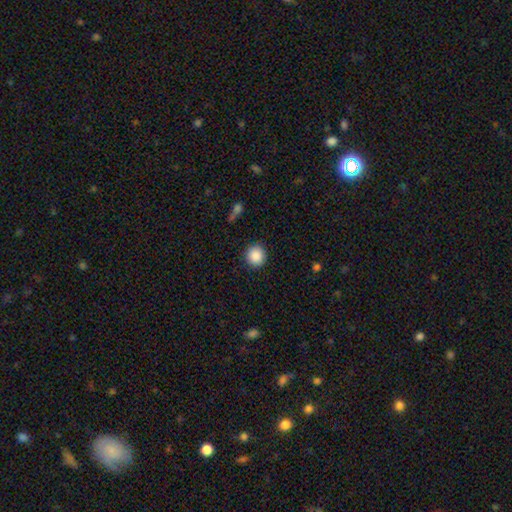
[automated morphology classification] The model was most divided on "smooth or featured": smooth: 88%, star or artifact: 8%, featured or disk: 3%. More confident: how rounded — round (91%); merging — none (90%).